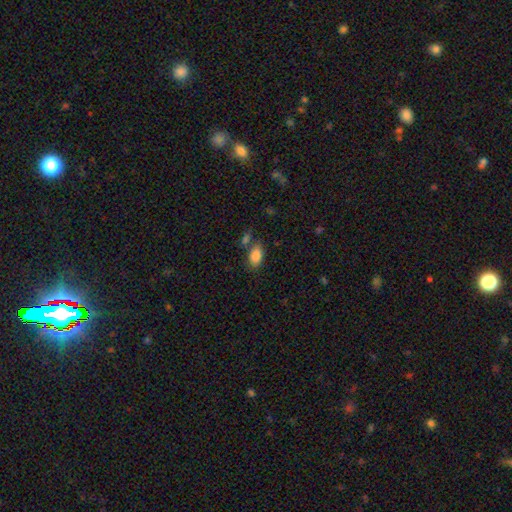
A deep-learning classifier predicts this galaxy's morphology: Smooth or featured? smooth (85%)
How rounded? in between (90%)
Merging? none (66%)